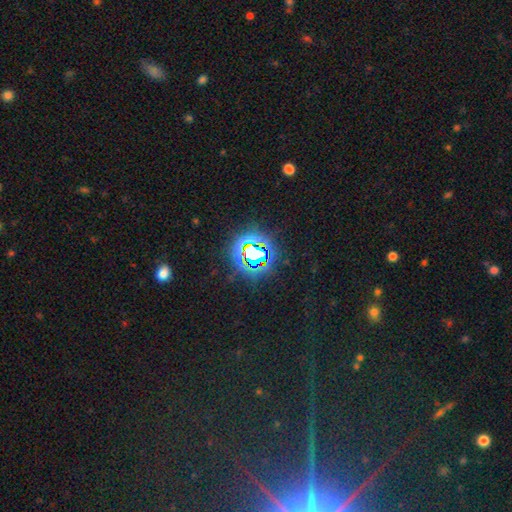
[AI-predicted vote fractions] smooth_or_featured: star or artifact (p=0.77) [alt: smooth p=0.14]